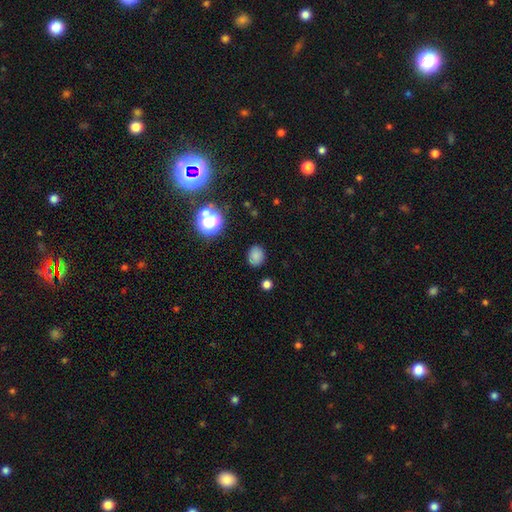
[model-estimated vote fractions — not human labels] Smooth or featured?
  - smooth: 79% *
  - star or artifact: 15%
  - featured or disk: 6%
How rounded?
  - round: 52% *
  - in between: 47%
  - cigar-shaped: 1%
Merging?
  - none: 84% *
  - minor disturbance: 11%
  - major disturbance: 3%
  - merger: 2%